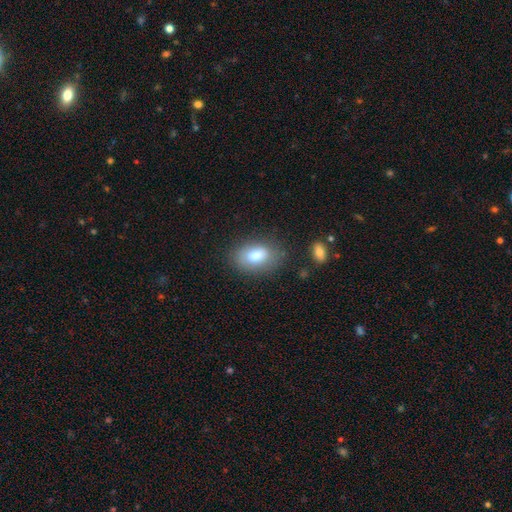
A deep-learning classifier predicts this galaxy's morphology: smooth 78%, featured or disk 14%, star or artifact 8%. Down the decision tree: how rounded — in between (88%); merging — none (77%).